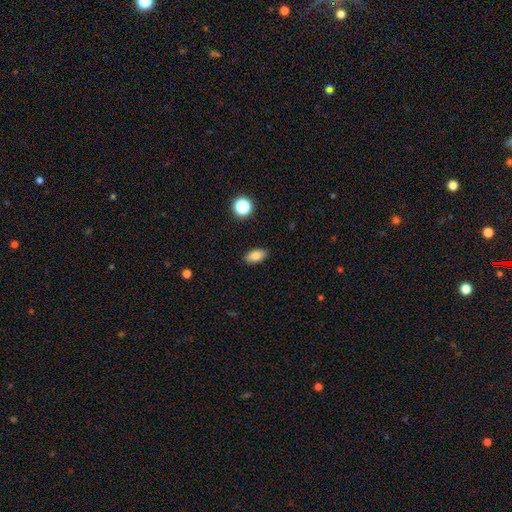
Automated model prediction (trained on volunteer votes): Smooth or featured? Predicted: smooth (p=0.82). How rounded? Predicted: in between (p=0.90). Merging? Predicted: none (p=0.89).